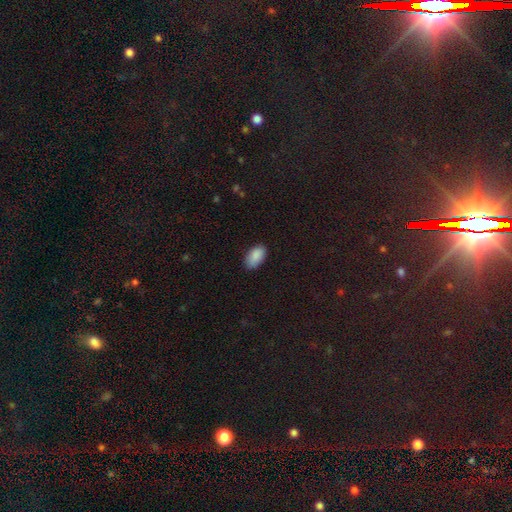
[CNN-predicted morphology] smooth-or-featured: smooth: 90% | star or artifact: 7% | featured or disk: 4%
  how-rounded: in between: 94% | round: 3% | cigar-shaped: 3%
  merging: none: 84% | minor disturbance: 12% | major disturbance: 2% | merger: 1%